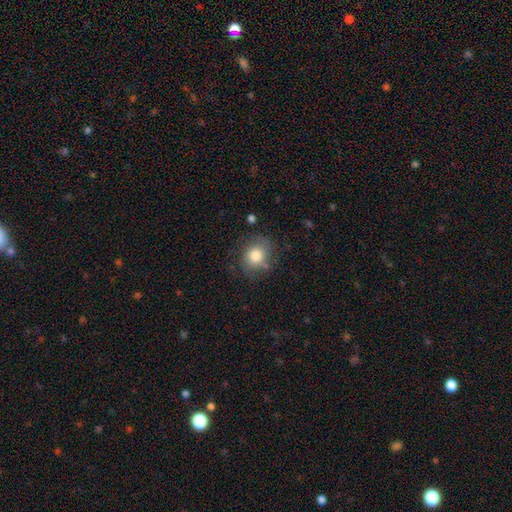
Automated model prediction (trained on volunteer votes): Q: Smooth or featured?
A: smooth (79%); runner-up: featured or disk (12%)
Q: How rounded?
A: round (69%); runner-up: in between (30%)
Q: Merging?
A: none (74%); runner-up: minor disturbance (17%)